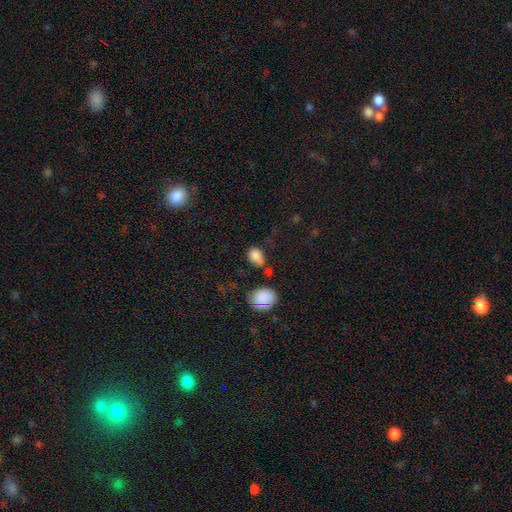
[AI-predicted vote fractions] Smooth or featured: smooth — 83% (star or artifact — 10%)
How rounded: in between — 67% (round — 31%)
Merging: none — 52% (minor disturbance — 26%)